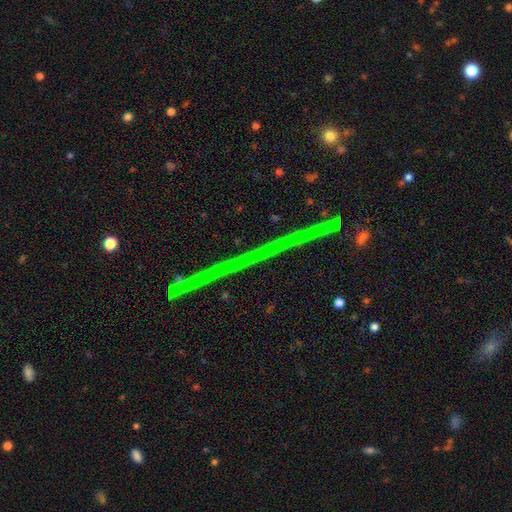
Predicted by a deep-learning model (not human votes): Smooth or featured? star or artifact (74%)